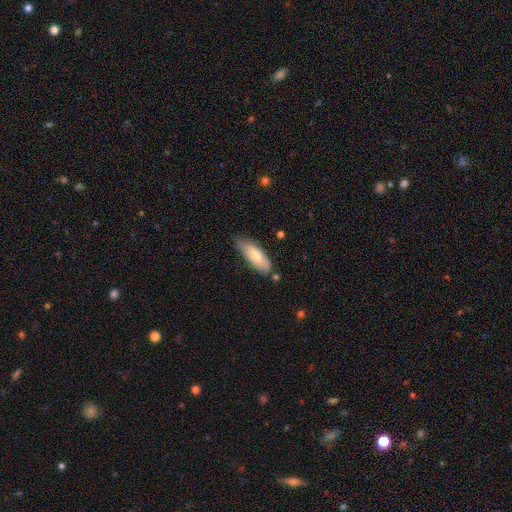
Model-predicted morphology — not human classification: Overall: smooth (70%). How rounded: in between (69%; cigar-shaped 30%). Merging: none (66%).